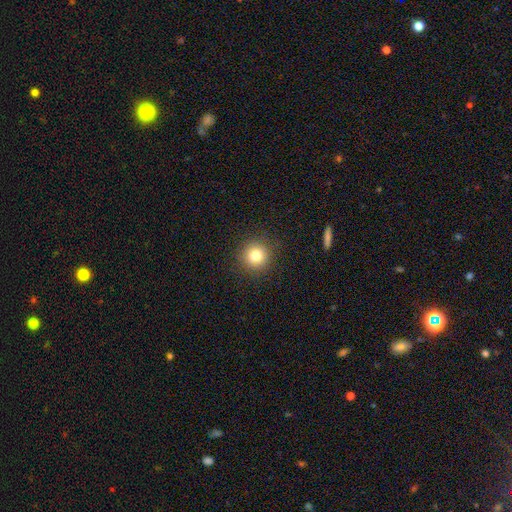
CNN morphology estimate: Overall: smooth (81%). How rounded: round (95%). Merging: none (91%).